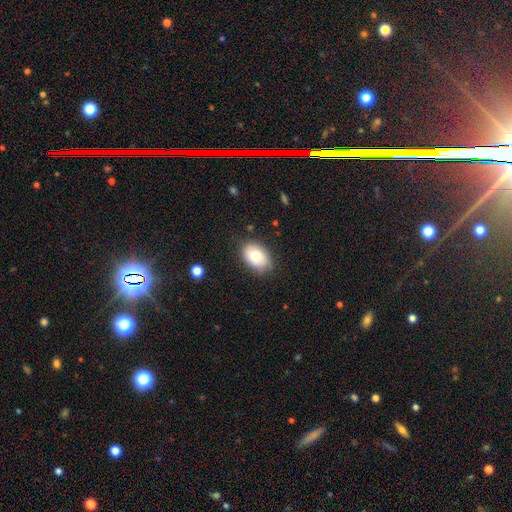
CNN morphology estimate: A smooth galaxy with no disk features (75%) that is in between round and cigar-shaped (82%). Merging: none (82%).